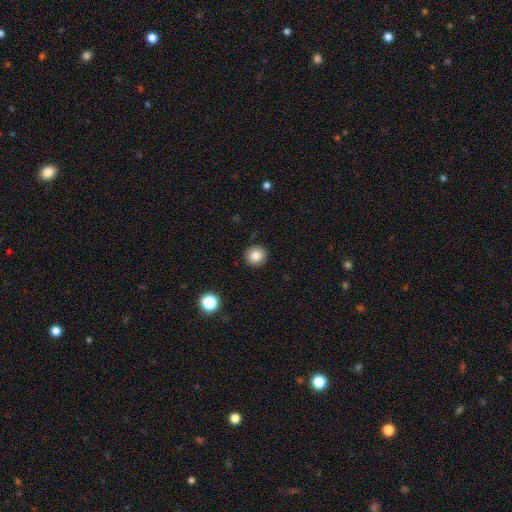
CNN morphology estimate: smooth_or_featured: smooth (p=0.84) [alt: star or artifact p=0.10]
how_rounded: round (p=0.92) [alt: in between p=0.07]
merging: none (p=0.91) [alt: minor disturbance p=0.06]